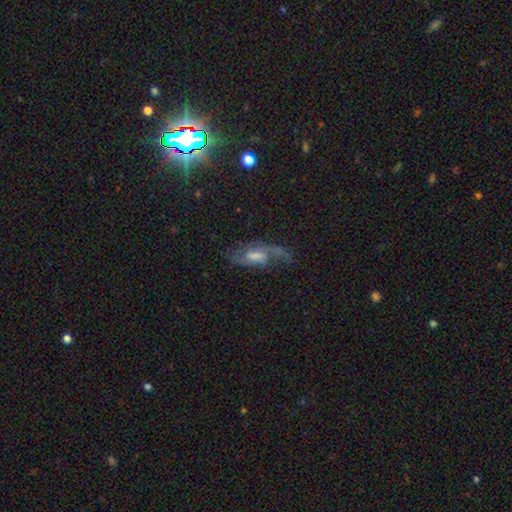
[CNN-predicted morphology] smooth-or-featured: featured or disk: 75% | smooth: 13% | star or artifact: 11%
  disk-edge-on: no: 90% | yes: 10%
    bar: weak: 50% | no: 35% | strong: 15%
    has-spiral-arms: yes: 93% | no: 7%
      spiral-winding: loose: 45% | medium: 42% | tight: 13%
      spiral-arm-count: 2: 80% | can't tell: 8% | 1: 7% | 3: 3% | 4: 2% | more than 4: 2%
    bulge-size: moderate: 44% | small: 29% | none: 13% | large: 12% | dominant: 2%
  merging: none: 62% | minor disturbance: 19% | major disturbance: 16% | merger: 3%